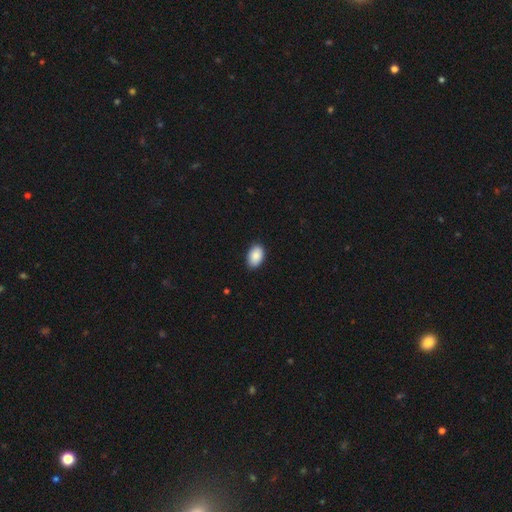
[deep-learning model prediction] The model was most divided on "merging": none: 88%, minor disturbance: 9%, major disturbance: 2%, merger: 1%. More confident: how rounded — in between (91%); smooth or featured — smooth (90%).